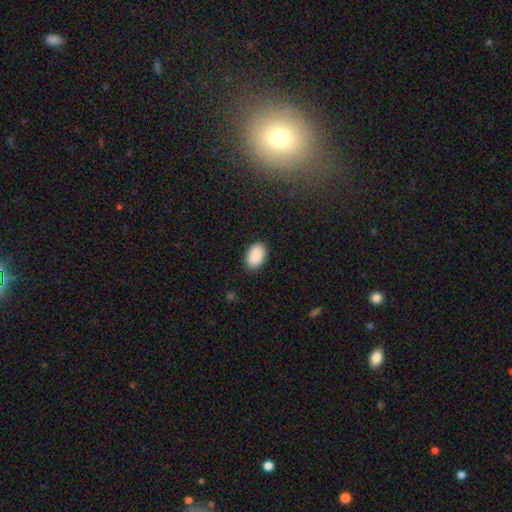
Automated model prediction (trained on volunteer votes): This is clearly a smooth galaxy (90%). How rounded: clearly in between (91%). Merging: clearly none (88%).